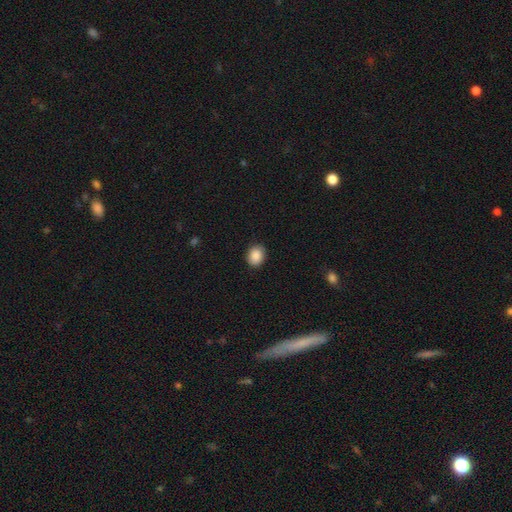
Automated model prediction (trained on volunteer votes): A smooth galaxy with no disk features (89%) that is round (50%). Merging: none (88%).